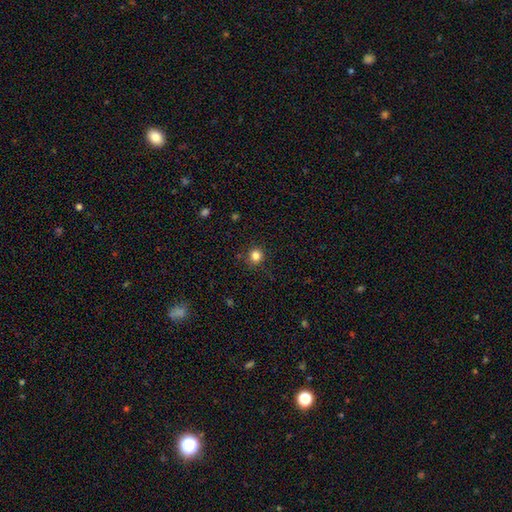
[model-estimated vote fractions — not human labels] smooth_or_featured: smooth (p=0.83) [alt: star or artifact p=0.13]
how_rounded: round (p=0.92) [alt: in between p=0.07]
merging: none (p=0.88) [alt: minor disturbance p=0.08]